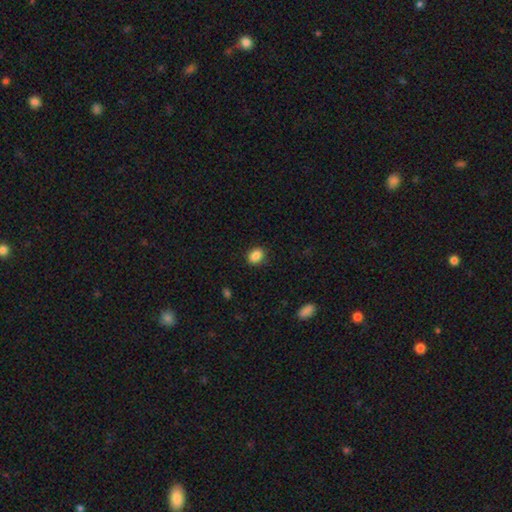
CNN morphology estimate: smooth 88%, star or artifact 9%, featured or disk 4%. Down the decision tree: how rounded — in between (65%); merging — none (86%).